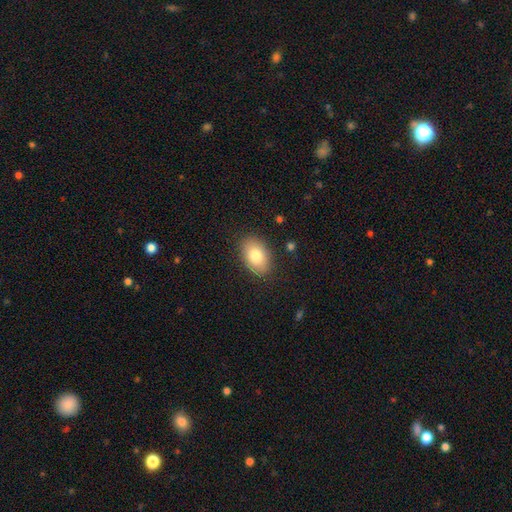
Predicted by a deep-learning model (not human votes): smooth-or-featured: smooth: 80% | featured or disk: 13% | star or artifact: 7%
  how-rounded: in between: 89% | round: 10% | cigar-shaped: 1%
  merging: none: 86% | minor disturbance: 10% | major disturbance: 3% | merger: 1%